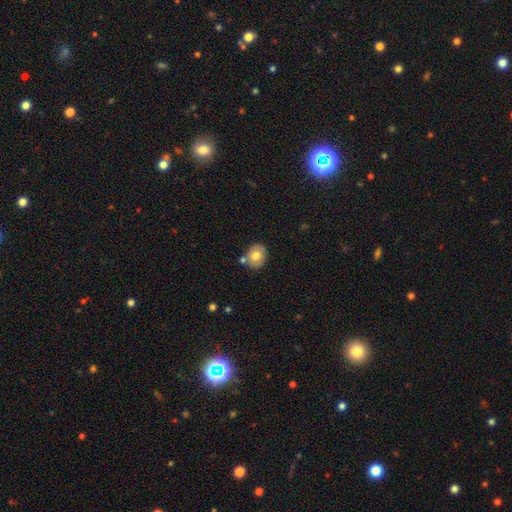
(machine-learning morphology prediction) Smooth or featured?
  - smooth: 69% *
  - featured or disk: 22%
  - star or artifact: 8%
How rounded?
  - round: 62% *
  - in between: 37%
  - cigar-shaped: 1%
Merging?
  - none: 71% *
  - merger: 13%
  - minor disturbance: 13%
  - major disturbance: 3%